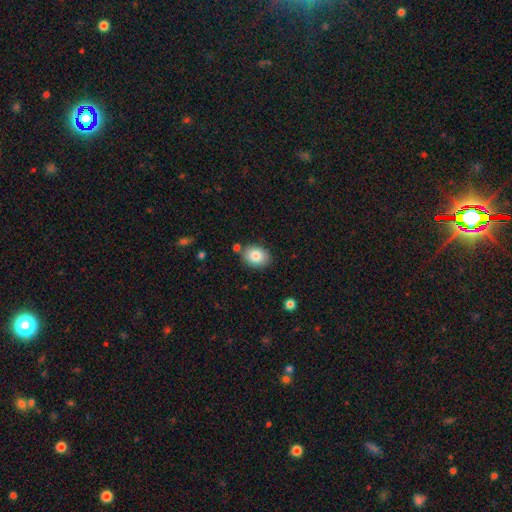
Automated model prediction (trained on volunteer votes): The model was most divided on "how rounded": in between: 60%, round: 39%, cigar-shaped: 1%. More confident: smooth or featured — smooth (83%); merging — none (81%).